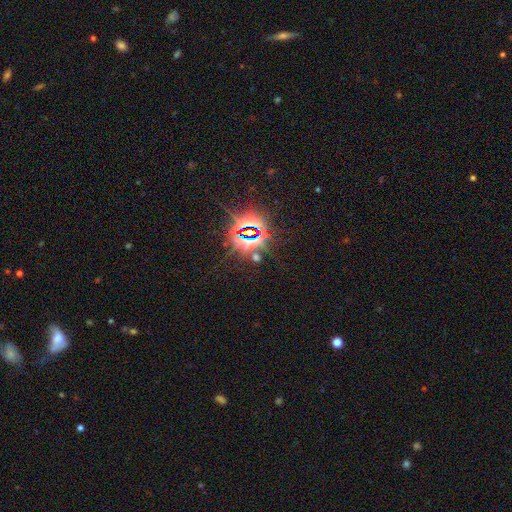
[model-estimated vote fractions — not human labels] Smooth or featured: star or artifact — 84% (smooth — 8%)